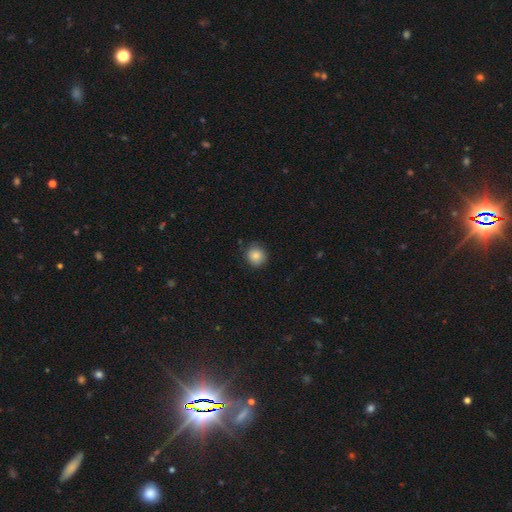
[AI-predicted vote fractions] A smooth galaxy with no disk features (85%) that is round (90%).

Vote fractions:
- Smooth or featured? smooth: 85% / star or artifact: 9% / featured or disk: 6%
- How rounded? round: 90% / in between: 9% / cigar-shaped: 1%
- Merging? none: 84% / minor disturbance: 12% / major disturbance: 3% / merger: 1%